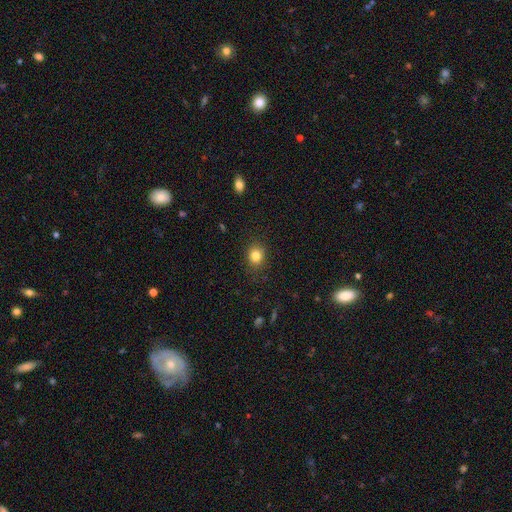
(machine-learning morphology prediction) smooth_or_featured: smooth (p=0.83) [alt: star or artifact p=0.11]
how_rounded: round (p=0.68) [alt: in between p=0.31]
merging: none (p=0.86) [alt: minor disturbance p=0.10]